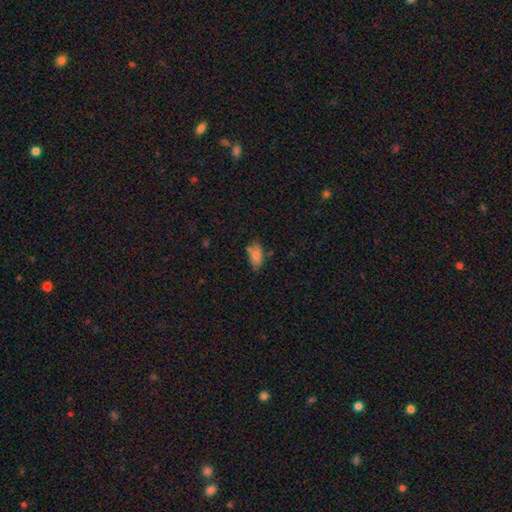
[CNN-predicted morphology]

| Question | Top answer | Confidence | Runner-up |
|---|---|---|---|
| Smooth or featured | smooth | 77% | featured or disk (14%) |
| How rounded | in between | 87% | cigar-shaped (10%) |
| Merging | none | 61% | minor disturbance (22%) |